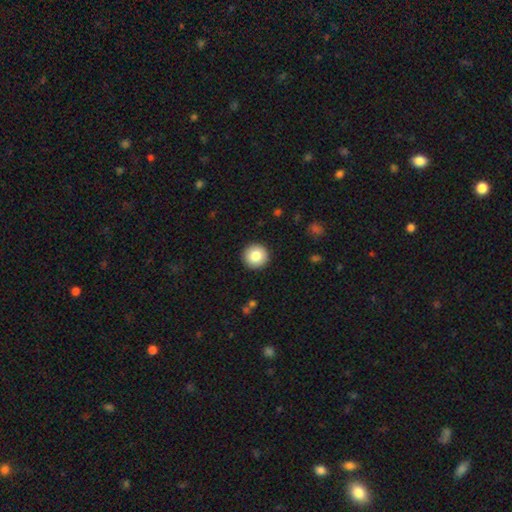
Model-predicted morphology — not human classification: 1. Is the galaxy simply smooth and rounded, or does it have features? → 83% smooth, 9% featured or disk, 8% star or artifact.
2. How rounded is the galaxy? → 96% round, 3% in between, 1% cigar-shaped.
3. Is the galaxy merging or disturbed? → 93% none, 5% minor disturbance, 2% major disturbance, 1% merger.